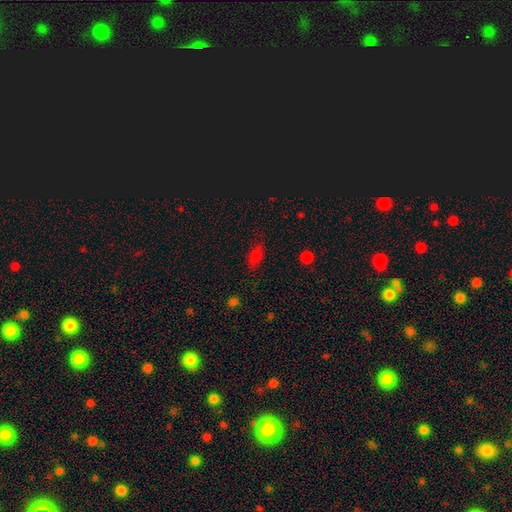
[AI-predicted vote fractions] This appears to be a smooth galaxy with no disk features (73%) that is in between round and cigar-shaped (82%). Merging: none (79%).